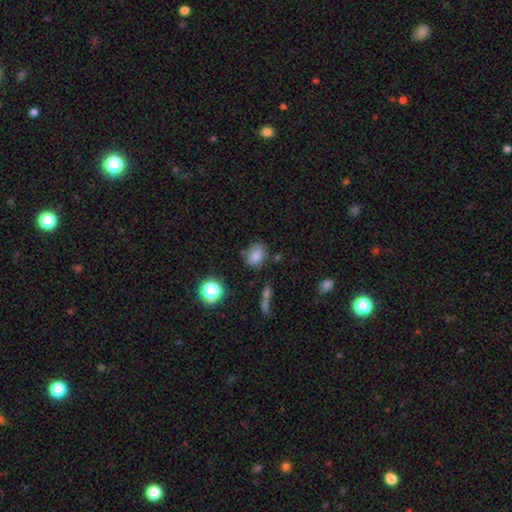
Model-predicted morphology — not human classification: Overall: smooth (78%). How rounded: in between (64%; round 34%). Merging: none (65%).